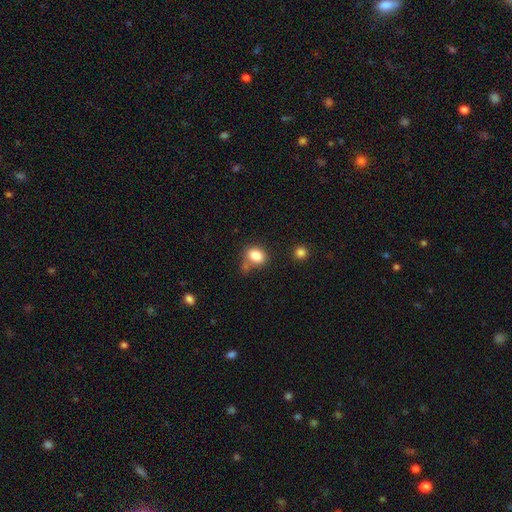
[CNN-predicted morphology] This is clearly a smooth galaxy (84%). How rounded: possibly in between (58%). Merging: likely none (61%).